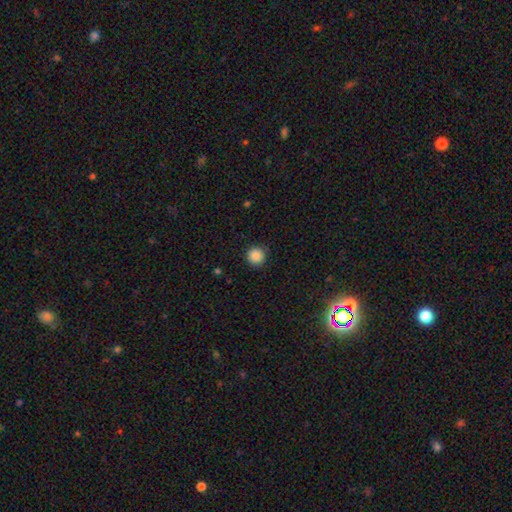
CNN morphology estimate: The model was most divided on "smooth or featured": smooth: 87%, star or artifact: 10%, featured or disk: 3%. More confident: how rounded — round (94%); merging — none (89%).